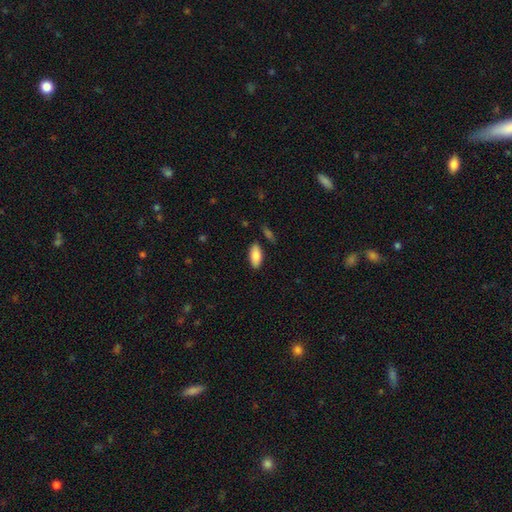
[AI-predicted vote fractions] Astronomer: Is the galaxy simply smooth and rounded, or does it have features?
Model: smooth — 85%.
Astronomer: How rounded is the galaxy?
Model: in between — 88%.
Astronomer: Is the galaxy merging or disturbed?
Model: none — 85%.